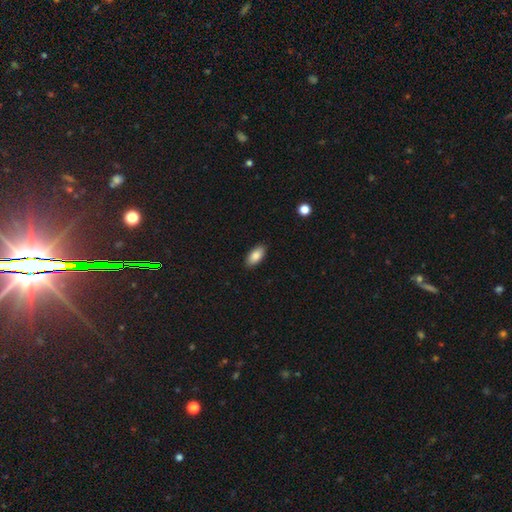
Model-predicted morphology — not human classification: type=smooth (86%); roundness=in between (91%); merging=none (89%).